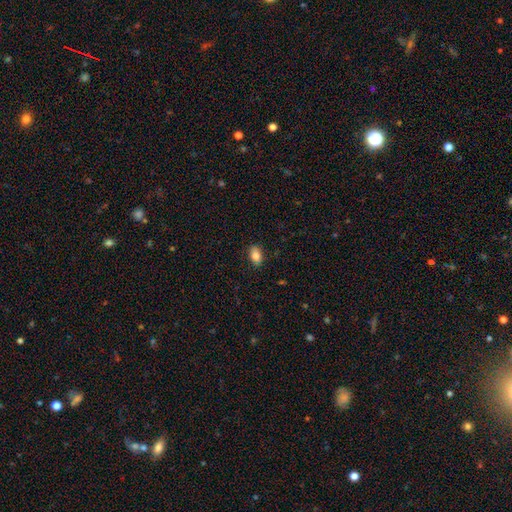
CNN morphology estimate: A smooth galaxy with no disk features (83%) that is in between round and cigar-shaped (89%).

Vote fractions:
- Smooth or featured? smooth: 83% / featured or disk: 9% / star or artifact: 8%
- How rounded? in between: 89% / round: 10% / cigar-shaped: 2%
- Merging? none: 86% / minor disturbance: 11% / major disturbance: 2% / merger: 1%